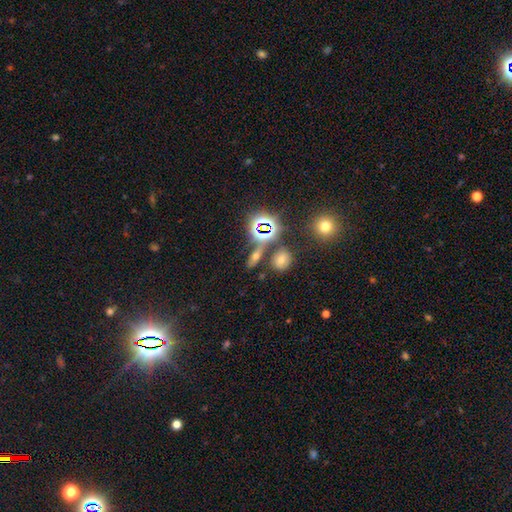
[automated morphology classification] Overall: smooth (46%; star or artifact 37%). Merging: none (70%).